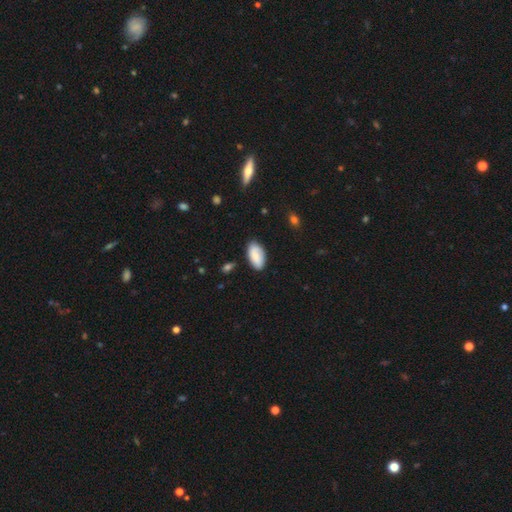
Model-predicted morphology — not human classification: Overall: smooth (79%). How rounded: in between (95%). Merging: none (82%).